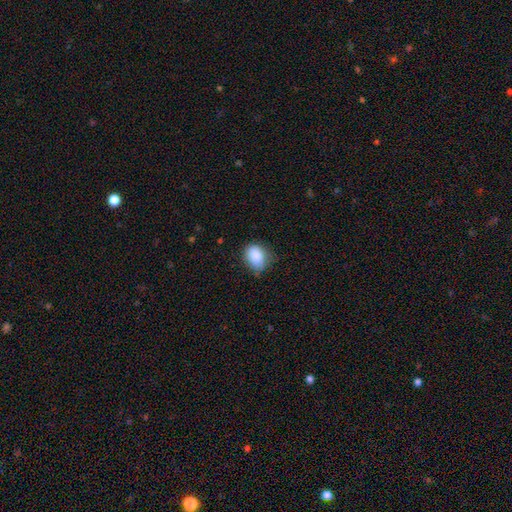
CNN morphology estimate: smooth_or_featured: smooth (p=0.86) [alt: star or artifact p=0.08]
how_rounded: in between (p=0.66) [alt: round p=0.33]
merging: none (p=0.63) [alt: minor disturbance p=0.30]